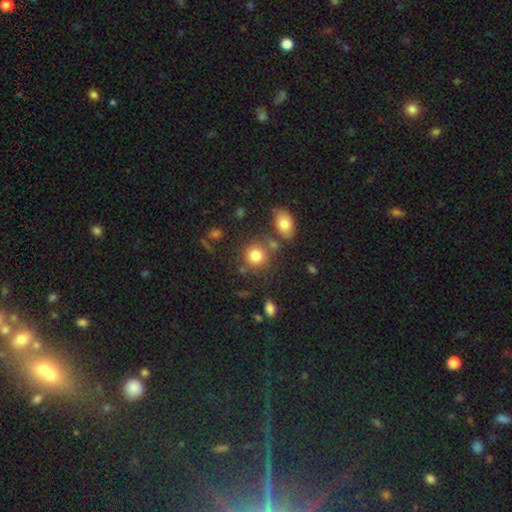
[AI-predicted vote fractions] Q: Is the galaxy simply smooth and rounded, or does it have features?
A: smooth — 80%.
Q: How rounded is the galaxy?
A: round — 82%.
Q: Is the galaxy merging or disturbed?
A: none — 67%.